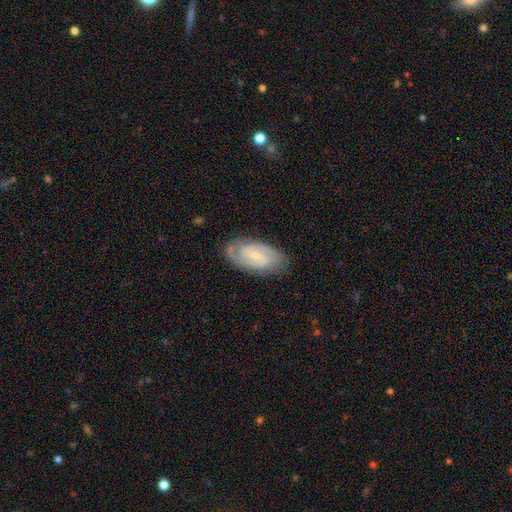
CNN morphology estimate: A featured or disk galaxy (80%) with a weak bar (51%), 2 (80%) tight (48%) spiral arms (94%) and a small central bulge (70%).

Vote fractions:
- Smooth or featured? featured or disk: 80% / smooth: 15% / star or artifact: 6%
- Edge-on disk? no: 96% / yes: 4%
- Bar? weak: 51% / no: 35% / strong: 15%
- Spiral arms? yes: 94% / no: 6%
- Spiral winding? tight: 48% / medium: 42% / loose: 10%
- Spiral arm count? 2: 80% / can't tell: 11% / 3: 5% / 1: 2% / 4: 1% / more than 4: 1%
- Bulge size? small: 70% / moderate: 24% / none: 4% / large: 1% / dominant: 1%
- Merging? none: 80% / minor disturbance: 15% / major disturbance: 4% / merger: 1%